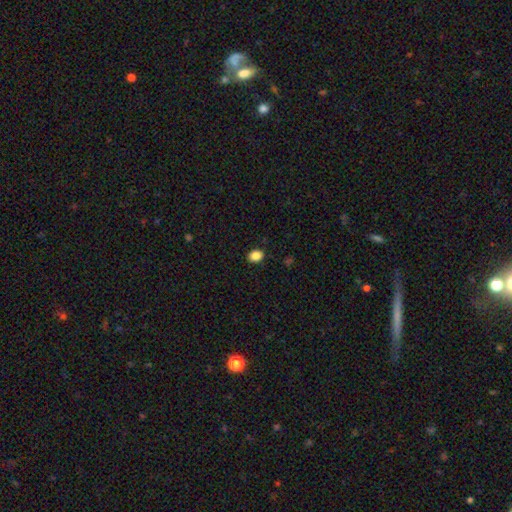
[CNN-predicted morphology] smooth_or_featured: smooth (p=0.86) [alt: star or artifact p=0.10]
how_rounded: in between (p=0.56) [alt: round p=0.43]
merging: none (p=0.89) [alt: minor disturbance p=0.08]